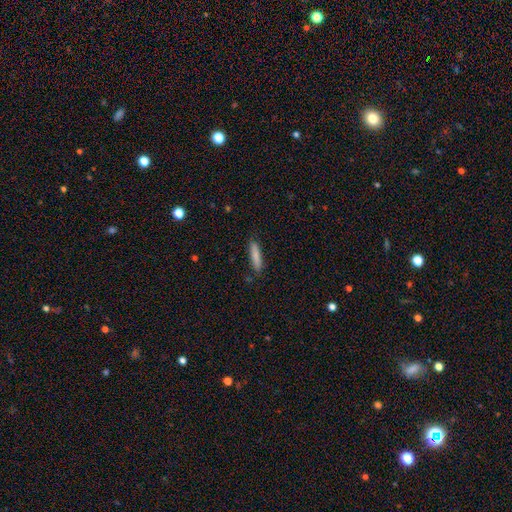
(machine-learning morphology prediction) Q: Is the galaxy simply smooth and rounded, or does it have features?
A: smooth — 84%.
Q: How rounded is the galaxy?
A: cigar-shaped — 82%.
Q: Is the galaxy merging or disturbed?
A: none — 86%.